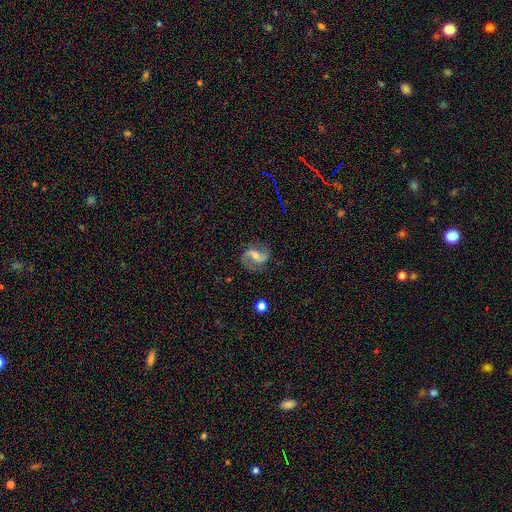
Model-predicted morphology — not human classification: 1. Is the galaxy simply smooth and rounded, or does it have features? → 83% featured or disk, 10% smooth, 7% star or artifact.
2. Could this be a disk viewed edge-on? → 97% no, 3% yes.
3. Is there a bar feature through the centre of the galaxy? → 43% weak, 31% strong, 26% no.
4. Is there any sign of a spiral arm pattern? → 95% yes, 5% no.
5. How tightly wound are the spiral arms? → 52% loose, 38% medium, 10% tight.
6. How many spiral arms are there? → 92% 2, 3% can't tell, 2% 1, 1% 3, 1% 4, 1% more than 4.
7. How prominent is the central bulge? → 46% small, 45% moderate, 4% none, 3% large, 1% dominant.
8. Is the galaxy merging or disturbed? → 78% none, 14% minor disturbance, 6% major disturbance, 1% merger.